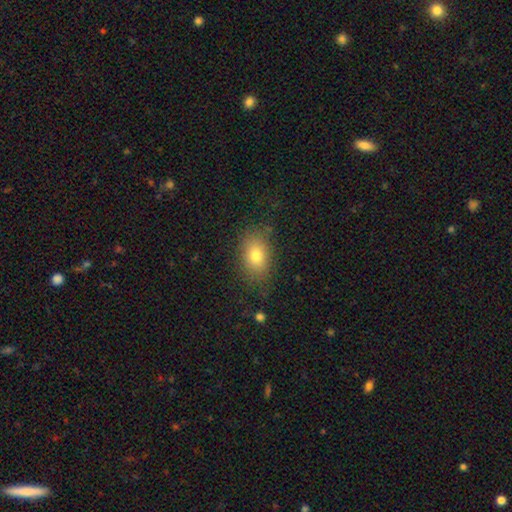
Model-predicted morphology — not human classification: This appears to be a smooth galaxy with no disk features (78%) that is in between round and cigar-shaped (82%). Merging: none (81%).